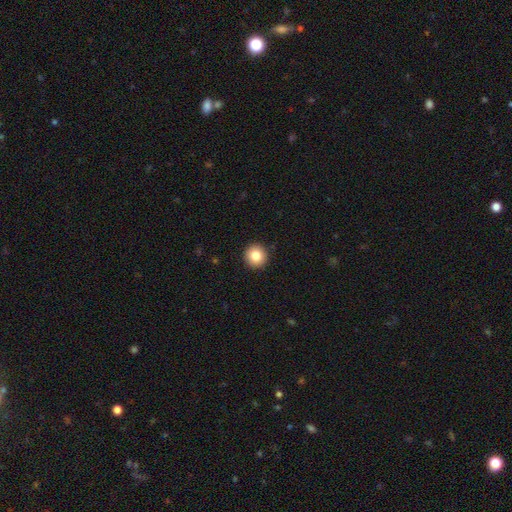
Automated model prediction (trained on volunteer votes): The model was most divided on "smooth or featured": smooth: 83%, star or artifact: 10%, featured or disk: 7%. More confident: how rounded — round (94%); merging — none (93%).